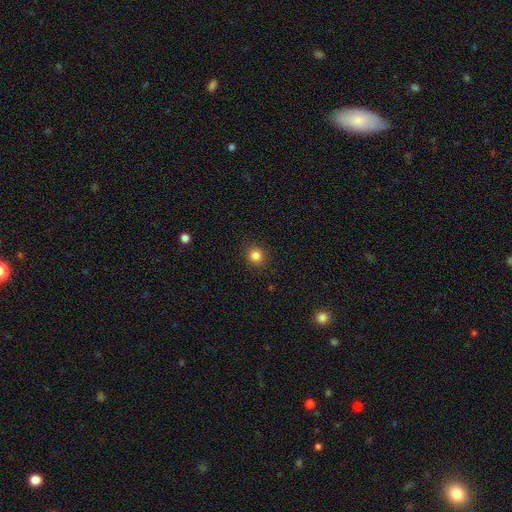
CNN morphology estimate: smooth_or_featured: smooth (p=0.83) [alt: star or artifact p=0.12]
how_rounded: round (p=0.89) [alt: in between p=0.10]
merging: none (p=0.90) [alt: minor disturbance p=0.06]